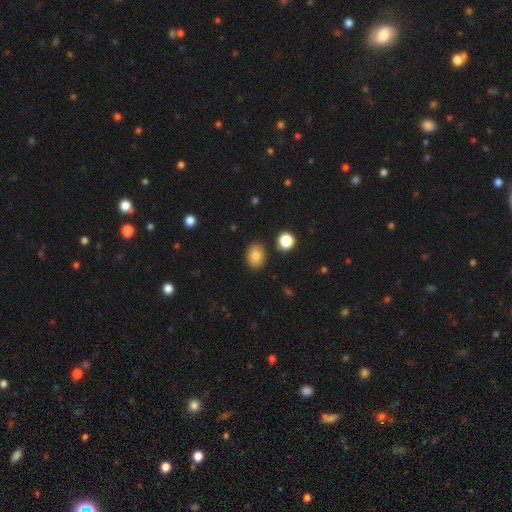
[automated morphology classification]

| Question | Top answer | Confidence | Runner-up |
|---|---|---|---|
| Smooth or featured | smooth | 84% | star or artifact (10%) |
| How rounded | in between | 67% | round (31%) |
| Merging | none | 87% | minor disturbance (9%) |